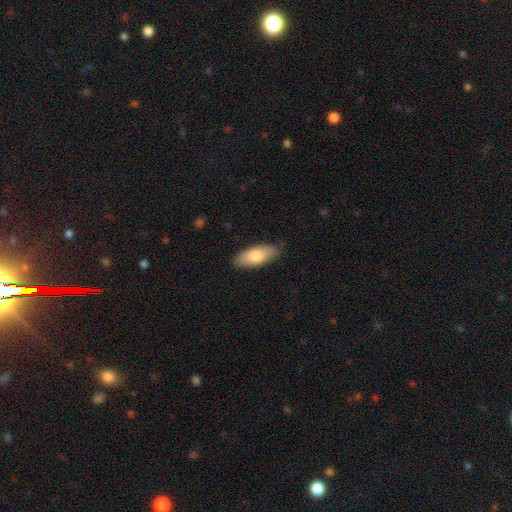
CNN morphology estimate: This appears to be a smooth galaxy with no disk features (79%) that is in between round and cigar-shaped (84%). Merging: none (83%).